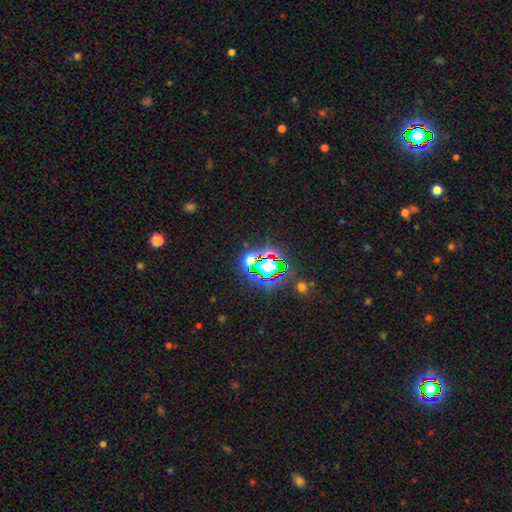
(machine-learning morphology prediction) The model was most divided on "smooth or featured": star or artifact: 82%, smooth: 11%, featured or disk: 7%.